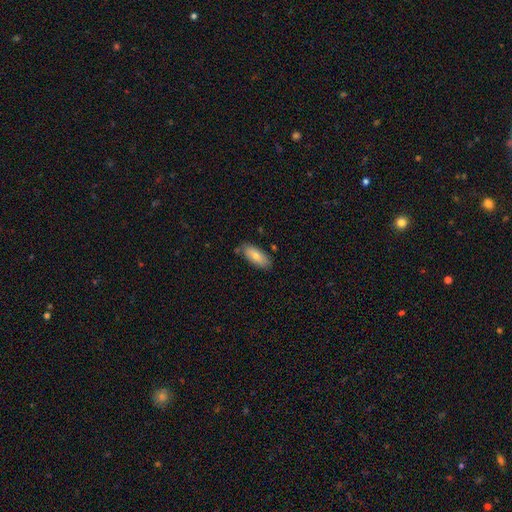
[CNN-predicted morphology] smooth-or-featured: smooth: 74% | featured or disk: 19% | star or artifact: 6%
  how-rounded: in between: 84% | cigar-shaped: 14% | round: 2%
  merging: none: 74% | minor disturbance: 19% | merger: 4% | major disturbance: 3%